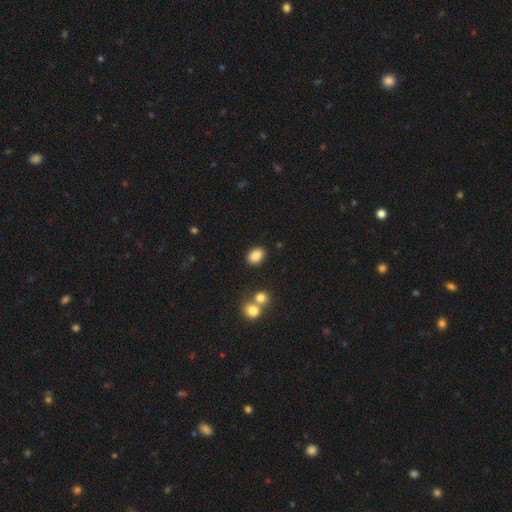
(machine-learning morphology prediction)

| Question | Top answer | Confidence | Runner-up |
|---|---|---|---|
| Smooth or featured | smooth | 87% | star or artifact (9%) |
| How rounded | in between | 78% | round (21%) |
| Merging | none | 83% | minor disturbance (9%) |